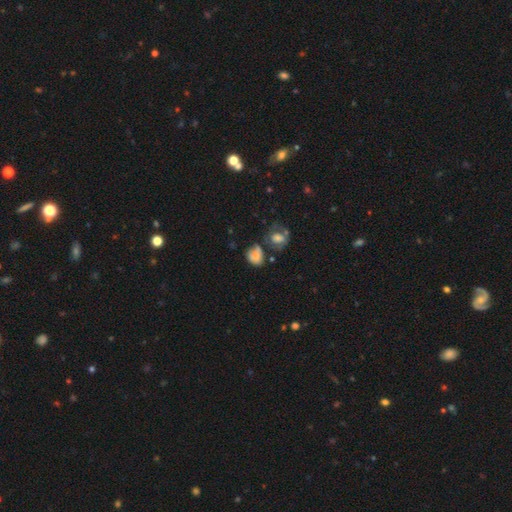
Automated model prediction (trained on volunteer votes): Overall: smooth (66%). How rounded: round (53%; in between 46%). Merging: none (39%; minor disturbance 26%).